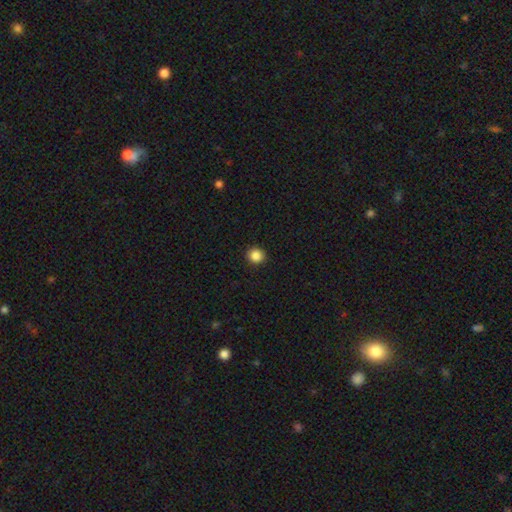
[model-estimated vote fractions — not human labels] A smooth galaxy with no disk features (87%) that is round (91%). Merging: none (92%).